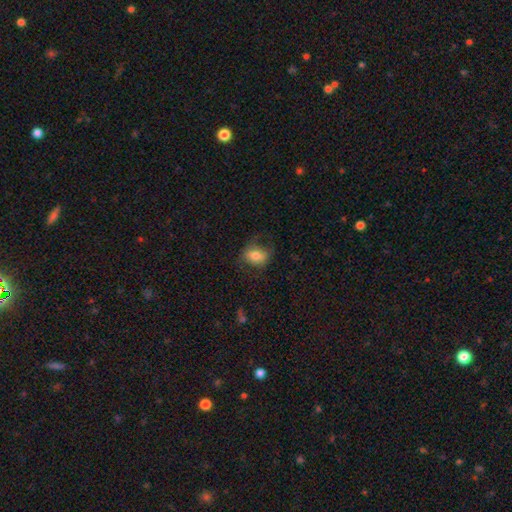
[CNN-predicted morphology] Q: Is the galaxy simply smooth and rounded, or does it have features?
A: smooth — 74%.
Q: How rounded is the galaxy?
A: in between — 66%.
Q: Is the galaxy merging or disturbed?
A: none — 66%.